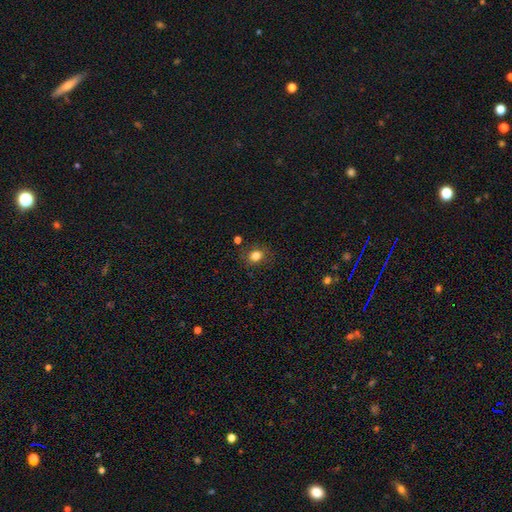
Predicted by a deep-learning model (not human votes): Smooth or featured? smooth (81%)
How rounded? round (57%)
Merging? none (82%)